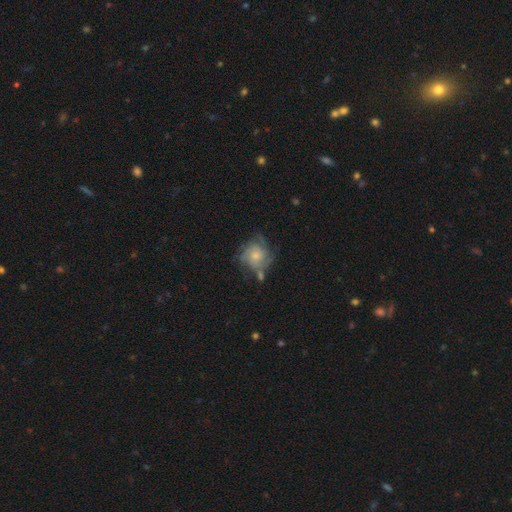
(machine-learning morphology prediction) Q: Smooth or featured?
A: featured or disk (62%); runner-up: smooth (30%)
Q: Edge-on disk?
A: no (98%); runner-up: yes (2%)
Q: Bar?
A: no (81%); runner-up: weak (16%)
Q: Spiral arms?
A: yes (84%); runner-up: no (16%)
Q: Spiral winding?
A: tight (49%); runner-up: medium (36%)
Q: Spiral arm count?
A: can't tell (39%); runner-up: 3 (21%)
Q: Bulge size?
A: small (53%); runner-up: moderate (37%)
Q: Merging?
A: none (53%); runner-up: minor disturbance (24%)